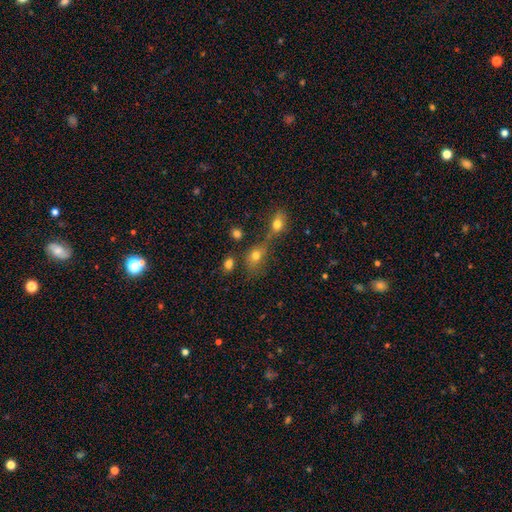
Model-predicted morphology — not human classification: A smooth galaxy with no disk features (75%) that is in between round and cigar-shaped (61%).

Vote fractions:
- Smooth or featured? smooth: 75% / star or artifact: 14% / featured or disk: 11%
- How rounded? in between: 61% / round: 37% / cigar-shaped: 3%
- Merging? merger: 42% / none: 37% / minor disturbance: 13% / major disturbance: 8%